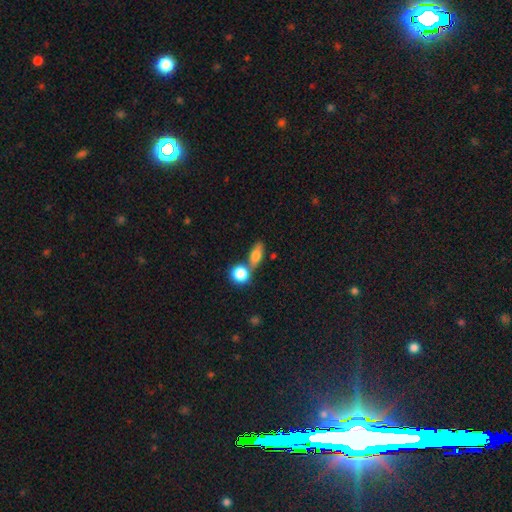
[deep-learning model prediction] smooth_or_featured: smooth (p=0.75) [alt: featured or disk p=0.16]
how_rounded: in between (p=0.63) [alt: round p=0.21]
merging: none (p=0.52) [alt: merger p=0.32]